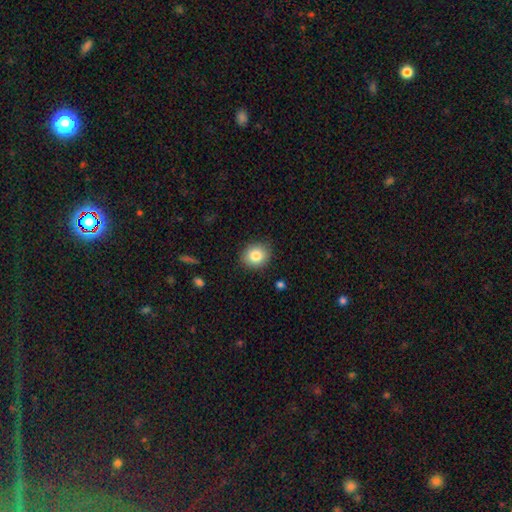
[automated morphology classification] This is clearly a smooth galaxy (83%). How rounded: likely round (74%). Merging: clearly none (87%).